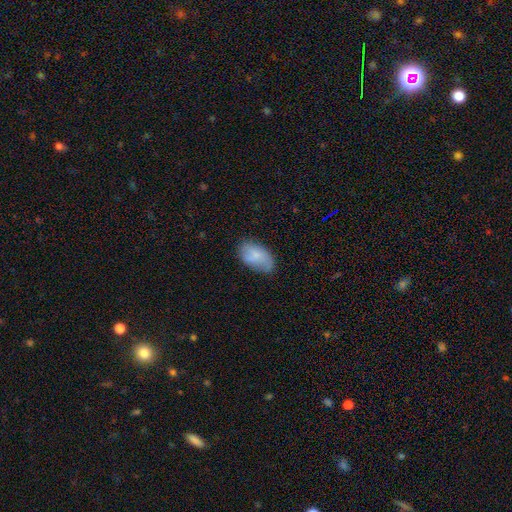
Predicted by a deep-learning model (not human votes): A smooth galaxy with no disk features (69%) that is in between round and cigar-shaped (93%). Merging: none (61%).